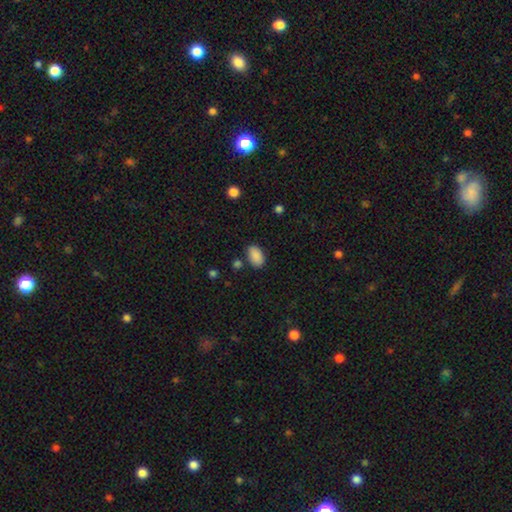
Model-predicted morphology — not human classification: The model was most divided on "merging": none: 80%, minor disturbance: 13%, merger: 4%, major disturbance: 3%. More confident: how rounded — in between (91%); smooth or featured — smooth (89%).